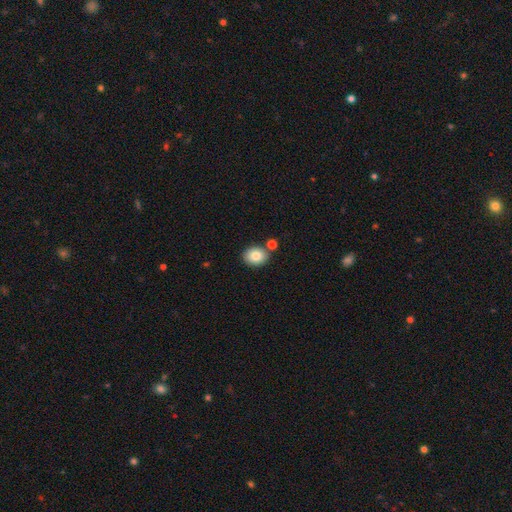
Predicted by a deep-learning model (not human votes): Smooth or featured?
  - smooth: 83% *
  - star or artifact: 9%
  - featured or disk: 8%
How rounded?
  - in between: 51% *
  - round: 48%
  - cigar-shaped: 1%
Merging?
  - none: 77% *
  - merger: 11%
  - minor disturbance: 10%
  - major disturbance: 2%